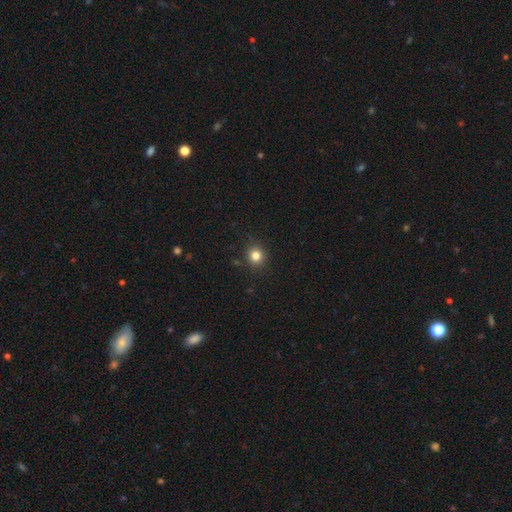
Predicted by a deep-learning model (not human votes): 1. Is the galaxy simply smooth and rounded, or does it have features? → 82% smooth, 13% star or artifact, 5% featured or disk.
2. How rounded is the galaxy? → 88% round, 11% in between, 1% cigar-shaped.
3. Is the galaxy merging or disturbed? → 89% none, 8% minor disturbance, 2% major disturbance, 1% merger.